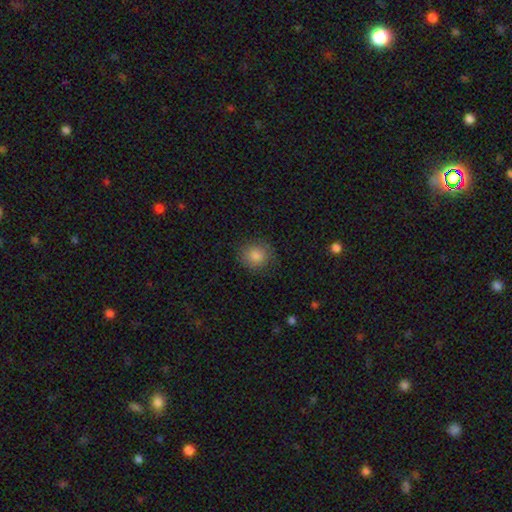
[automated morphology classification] type=smooth (84%); roundness=round (85%); merging=none (85%).